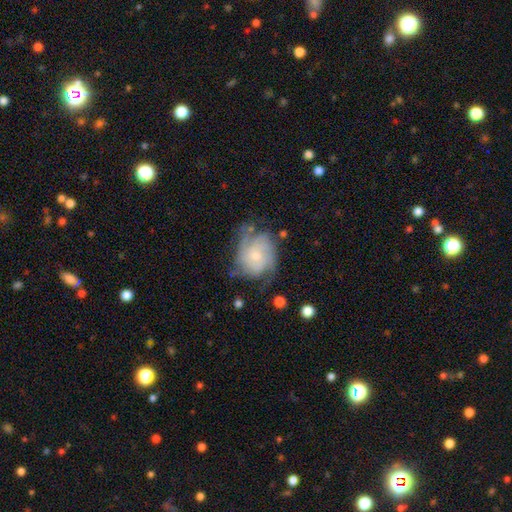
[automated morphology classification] featured or disk 66%, smooth 26%, star or artifact 7%. Down the decision tree: edge-on disk — no (98%); bar — no (75%); spiral arms — yes (86%); spiral arm count — can't tell (39%); spiral winding — tight (49%); bulge size — small (58%); merging — none (50%).